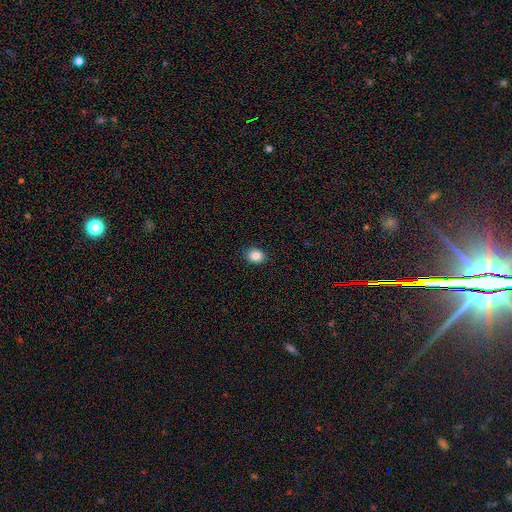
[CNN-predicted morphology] Overall: smooth (86%). How rounded: round (55%; in between 44%). Merging: none (91%).